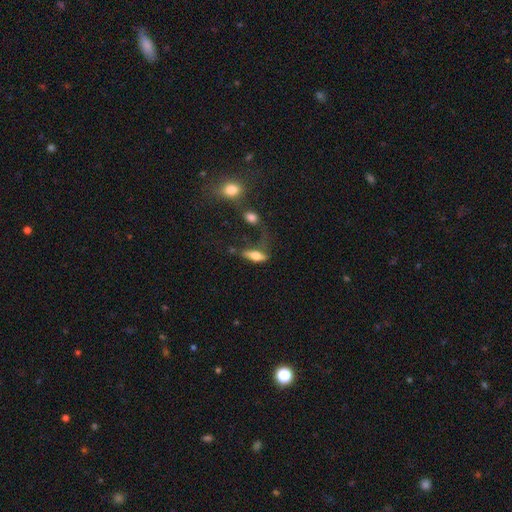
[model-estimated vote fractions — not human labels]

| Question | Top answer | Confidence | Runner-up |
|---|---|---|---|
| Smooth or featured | smooth | 58% | featured or disk (32%) |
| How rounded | in between | 62% | cigar-shaped (33%) |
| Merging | none | 38% | minor disturbance (25%) |